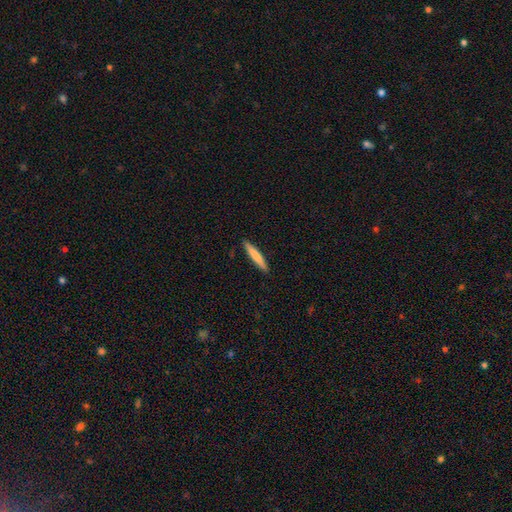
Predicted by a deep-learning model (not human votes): Smooth or featured: smooth — 77% (featured or disk — 18%)
How rounded: cigar-shaped — 94% (in between — 5%)
Merging: none — 90% (minor disturbance — 7%)